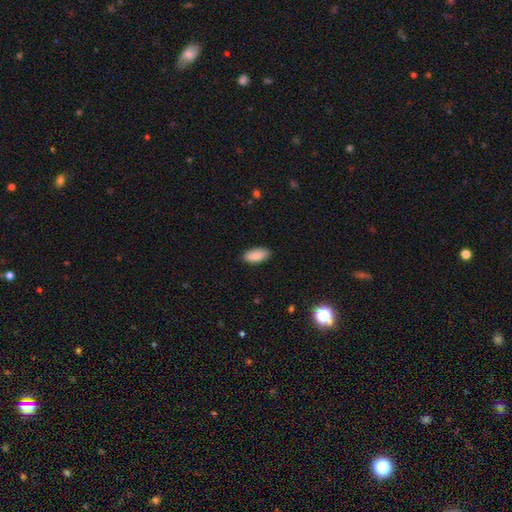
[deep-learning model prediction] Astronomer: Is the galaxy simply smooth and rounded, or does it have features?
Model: smooth — 88%.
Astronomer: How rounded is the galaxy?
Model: in between — 90%.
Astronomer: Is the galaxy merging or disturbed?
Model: none — 87%.